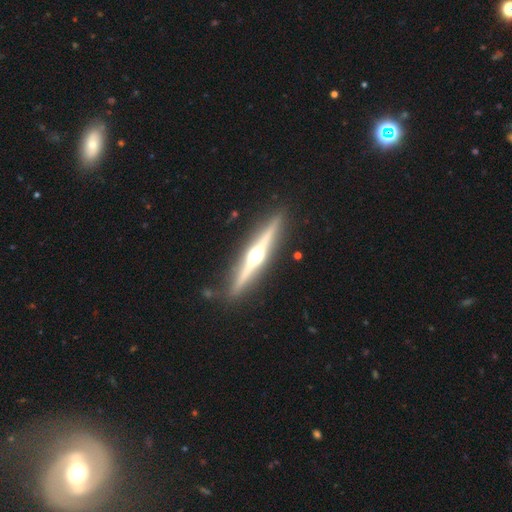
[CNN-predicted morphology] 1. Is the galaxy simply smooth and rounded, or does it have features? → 82% featured or disk, 12% smooth, 5% star or artifact.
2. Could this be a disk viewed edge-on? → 98% yes, 2% no.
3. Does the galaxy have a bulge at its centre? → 95% rounded, 3% boxy, 2% none.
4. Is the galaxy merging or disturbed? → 89% none, 8% minor disturbance, 2% major disturbance, 2% merger.